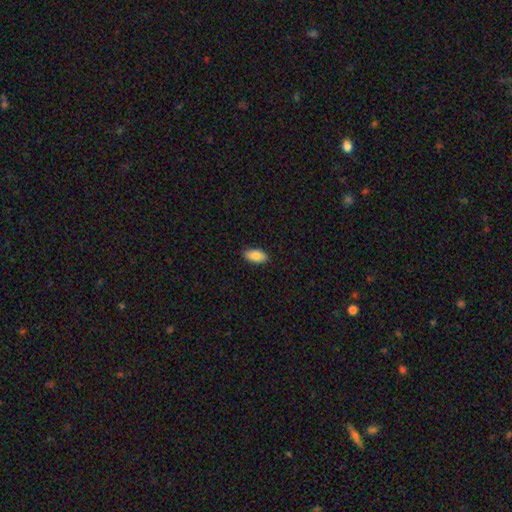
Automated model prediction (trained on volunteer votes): smooth_or_featured: smooth (p=0.86) [alt: featured or disk p=0.07]
how_rounded: in between (p=0.91) [alt: cigar-shaped p=0.06]
merging: none (p=0.87) [alt: minor disturbance p=0.10]